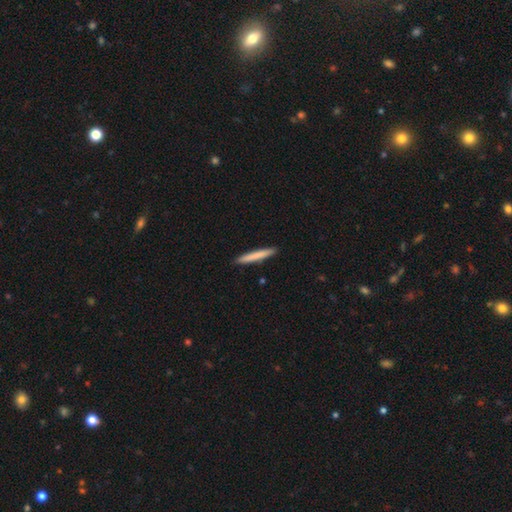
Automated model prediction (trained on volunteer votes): smooth-or-featured: smooth: 77% | featured or disk: 17% | star or artifact: 5%
  how-rounded: cigar-shaped: 96% | in between: 3% | round: 1%
  merging: none: 92% | minor disturbance: 6% | major disturbance: 1% | merger: 1%